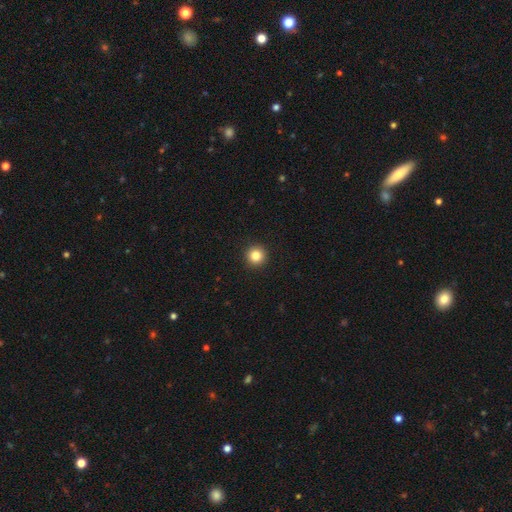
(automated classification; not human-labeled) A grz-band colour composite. It shows a smooth galaxy with no disk features (84%) that is round (96%). Merging: none (94%).